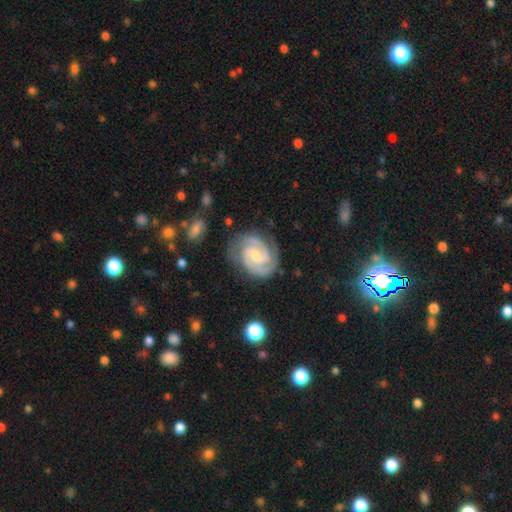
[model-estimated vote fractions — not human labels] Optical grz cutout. It shows a featured or disk galaxy (91%) with a weak bar (48%), 2 (67%) tight (63%) spiral arms (98%) and a small central bulge (58%). Merging: none (79%).